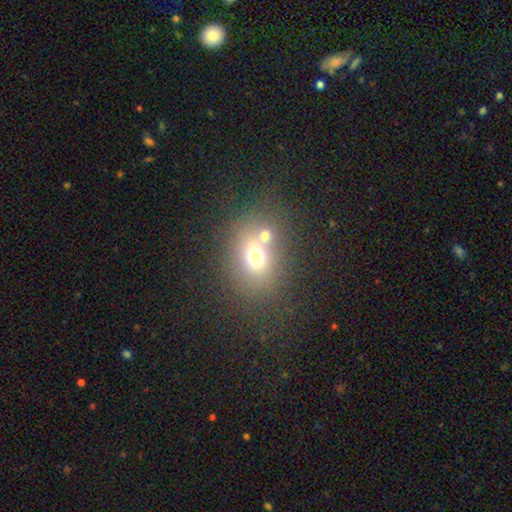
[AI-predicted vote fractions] Smooth or featured? smooth (65%)
How rounded? round (52%)
Merging? none (46%)